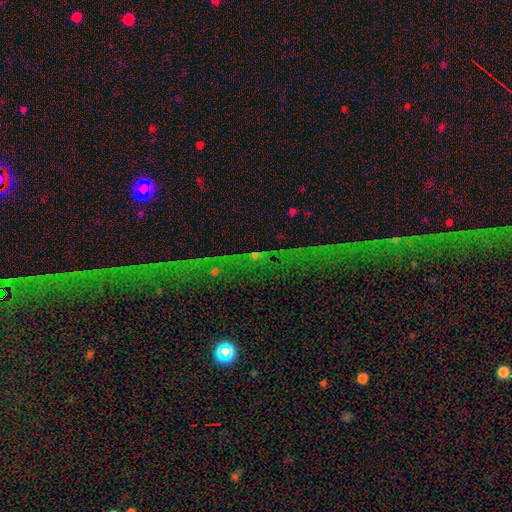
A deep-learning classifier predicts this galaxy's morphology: smooth-or-featured: star or artifact: 69% | featured or disk: 17% | smooth: 14%